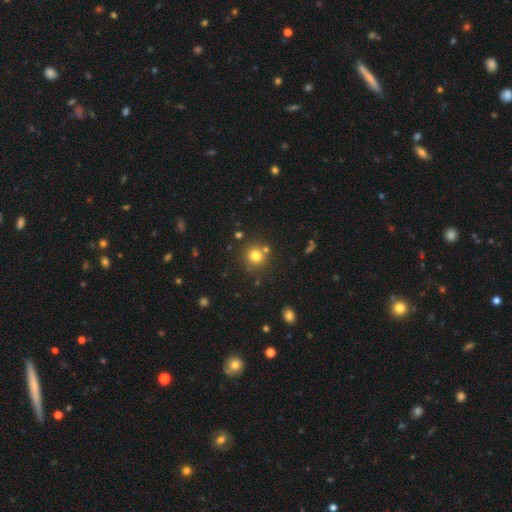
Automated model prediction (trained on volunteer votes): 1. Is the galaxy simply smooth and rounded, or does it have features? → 77% smooth, 15% star or artifact, 8% featured or disk.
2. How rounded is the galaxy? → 91% round, 8% in between, 1% cigar-shaped.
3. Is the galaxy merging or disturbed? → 77% none, 11% merger, 9% minor disturbance, 3% major disturbance.